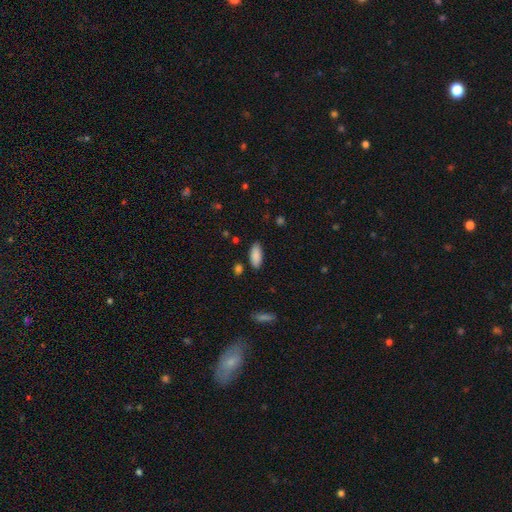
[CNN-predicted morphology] Smooth or featured? Predicted: smooth (p=0.89). How rounded? Predicted: in between (p=0.80). Merging? Predicted: none (p=0.85).